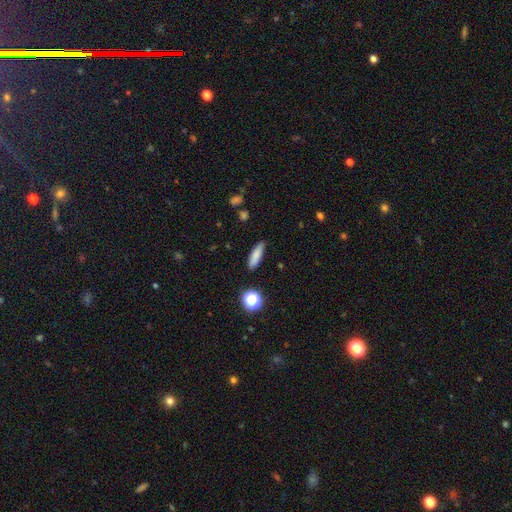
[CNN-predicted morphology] Smooth or featured? Predicted: smooth (p=0.81). How rounded? Predicted: cigar-shaped (p=0.58). Merging? Predicted: none (p=0.85).